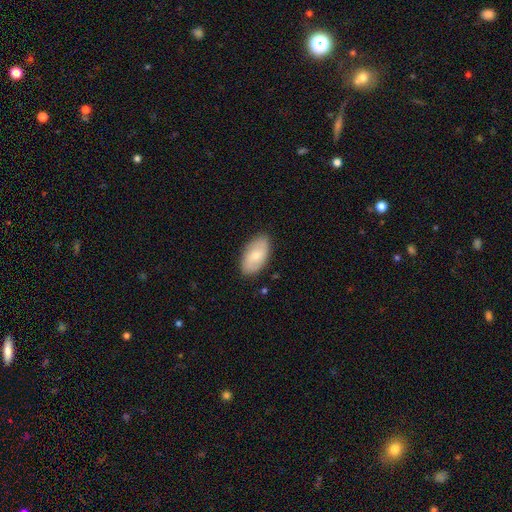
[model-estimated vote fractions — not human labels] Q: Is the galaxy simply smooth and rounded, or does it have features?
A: smooth — 68%.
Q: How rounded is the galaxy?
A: in between — 94%.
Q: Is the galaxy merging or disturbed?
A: none — 84%.